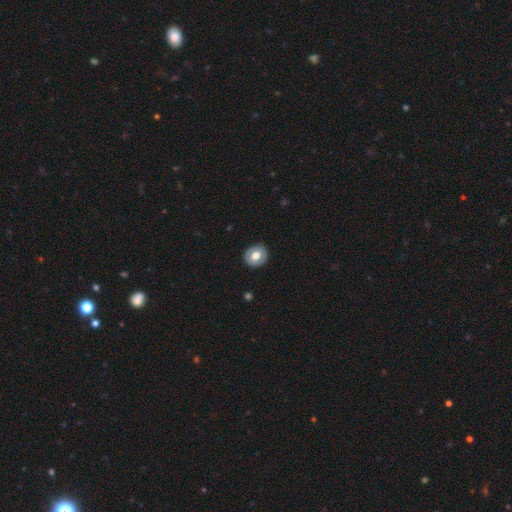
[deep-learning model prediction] This appears to be a smooth galaxy with no disk features (64%) that is round (77%). Merging: none (88%).